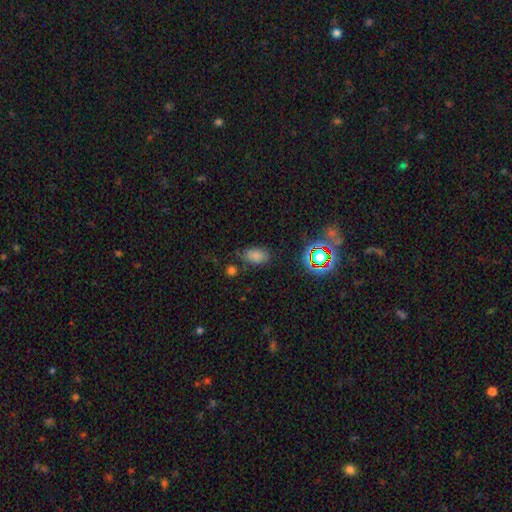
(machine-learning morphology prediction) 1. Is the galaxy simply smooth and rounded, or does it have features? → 73% smooth, 20% star or artifact, 7% featured or disk.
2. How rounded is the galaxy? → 89% in between, 8% round, 2% cigar-shaped.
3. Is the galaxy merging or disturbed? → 70% none, 19% minor disturbance, 6% major disturbance, 5% merger.